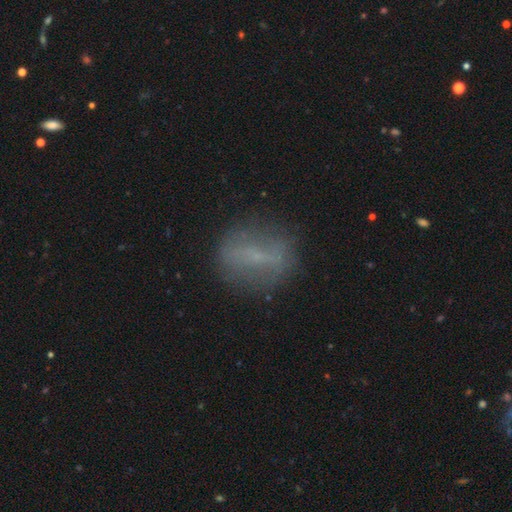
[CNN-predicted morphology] smooth-or-featured: smooth: 46% | featured or disk: 39% | star or artifact: 16%
  merging: none: 81% | minor disturbance: 12% | major disturbance: 5% | merger: 2%